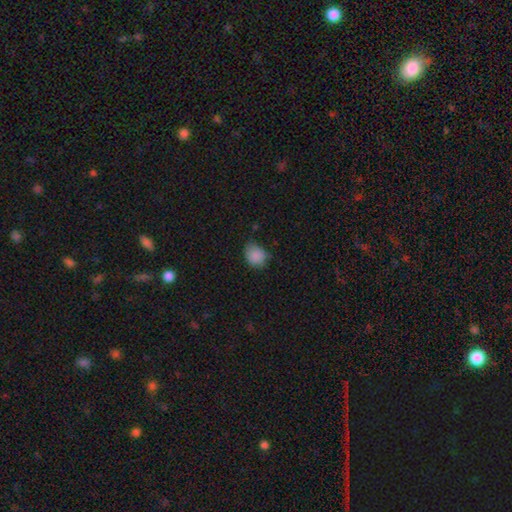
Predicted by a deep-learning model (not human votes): Smooth or featured: smooth — 86% (star or artifact — 9%)
How rounded: round — 57% (in between — 42%)
Merging: none — 60% (minor disturbance — 33%)